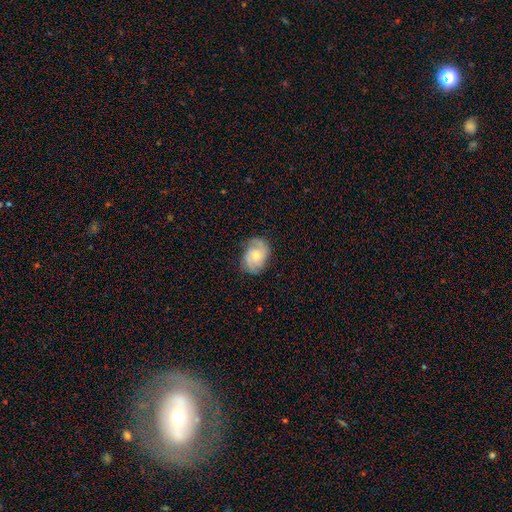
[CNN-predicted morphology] Overall: featured or disk (68%). Edge-on disk: no (97%). Bar: no (65%; weak 31%). Spiral arms: yes (94%). Spiral arm count: 2 (70%). Spiral winding: medium (47%; tight 36%). Bulge size: small (45%; moderate 44%). Merging: none (76%).